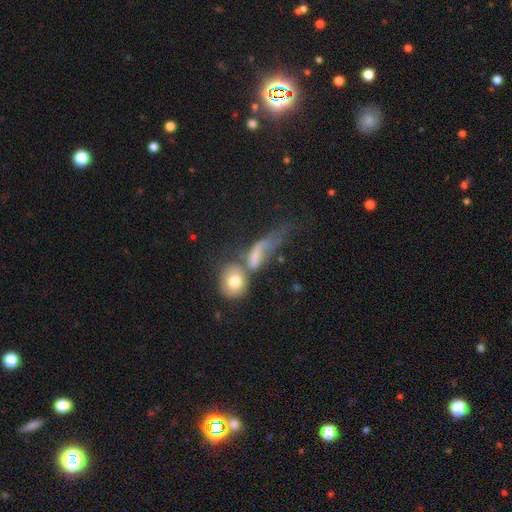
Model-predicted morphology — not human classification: Smooth or featured?
  - smooth: 54% *
  - featured or disk: 34%
  - star or artifact: 12%
How rounded?
  - in between: 48% *
  - round: 30%
  - cigar-shaped: 21%
Merging?
  - merger: 42% *
  - major disturbance: 26%
  - none: 20%
  - minor disturbance: 13%